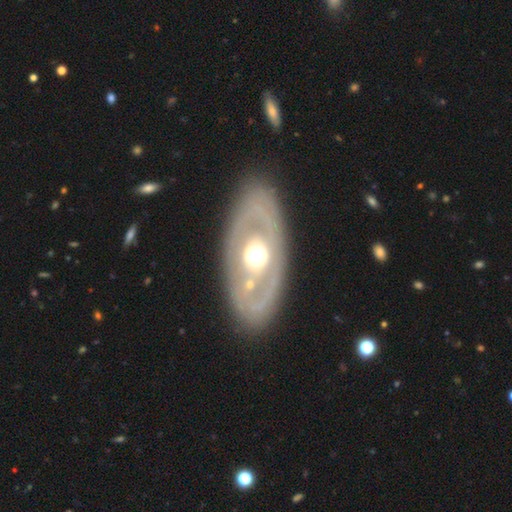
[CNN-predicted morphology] This appears to be a featured or disk galaxy (72%) with no bar (78%), no spiral arms (68%) and a moderate central bulge (68%). Merging: none (82%).